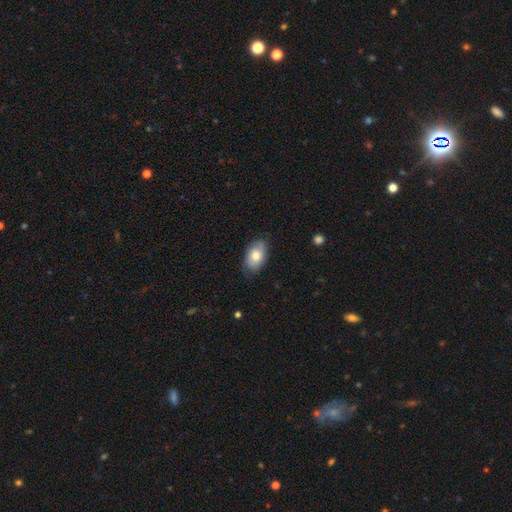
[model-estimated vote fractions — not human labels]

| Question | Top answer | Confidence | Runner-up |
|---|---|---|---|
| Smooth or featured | smooth | 79% | featured or disk (14%) |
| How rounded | in between | 92% | round (7%) |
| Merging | none | 80% | minor disturbance (16%) |